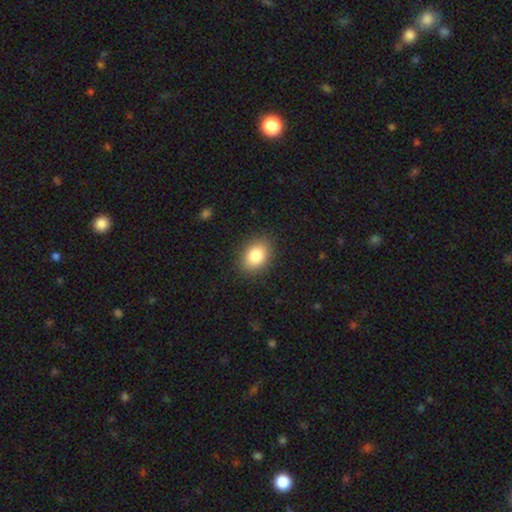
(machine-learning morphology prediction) Smooth or featured? smooth (84%)
How rounded? in between (72%)
Merging? none (87%)